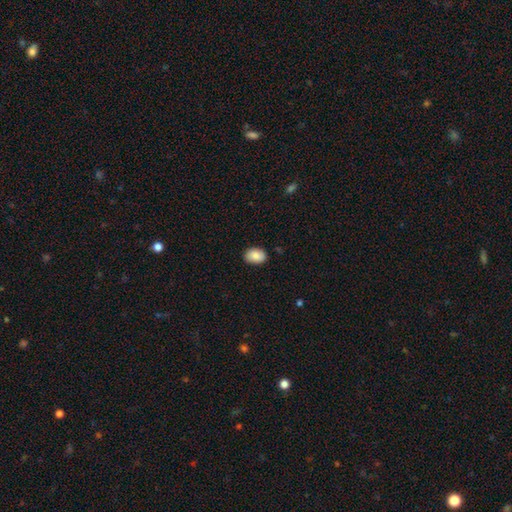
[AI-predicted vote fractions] smooth-or-featured: smooth: 88% | star or artifact: 7% | featured or disk: 6%
  how-rounded: in between: 83% | round: 16% | cigar-shaped: 1%
  merging: none: 87% | minor disturbance: 10% | major disturbance: 2% | merger: 1%